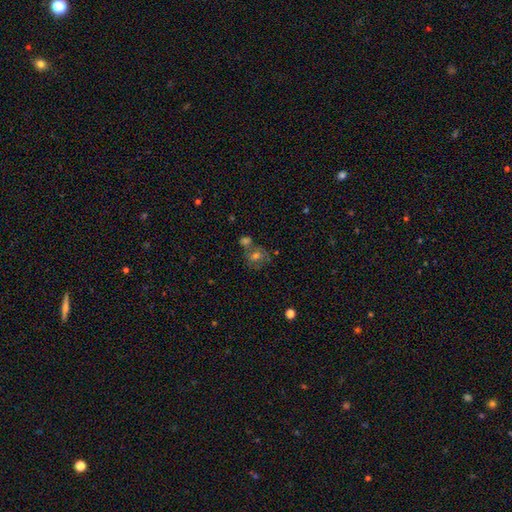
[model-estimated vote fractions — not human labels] smooth_or_featured: smooth (p=0.47) [alt: star or artifact p=0.29]
merging: none (p=0.58) [alt: merger p=0.24]